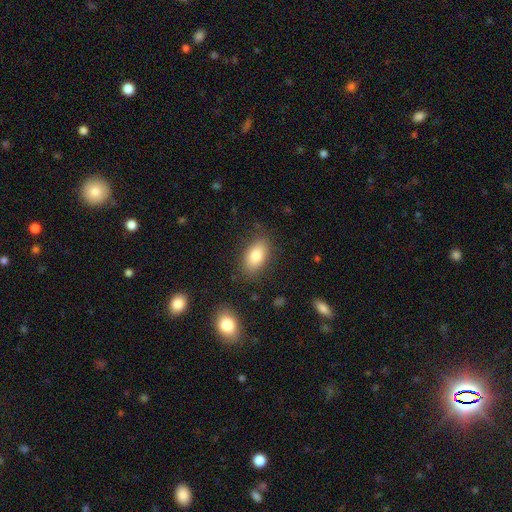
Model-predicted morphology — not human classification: Smooth or featured? Predicted: smooth (p=0.81). How rounded? Predicted: in between (p=0.91). Merging? Predicted: none (p=0.83).